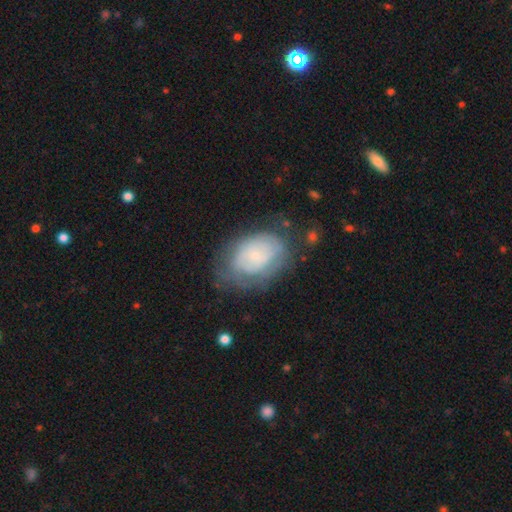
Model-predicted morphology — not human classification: The model was most divided on "smooth or featured": featured or disk: 51%, smooth: 41%, star or artifact: 8%. More confident: edge-on disk — no (96%); merging — none (56%).